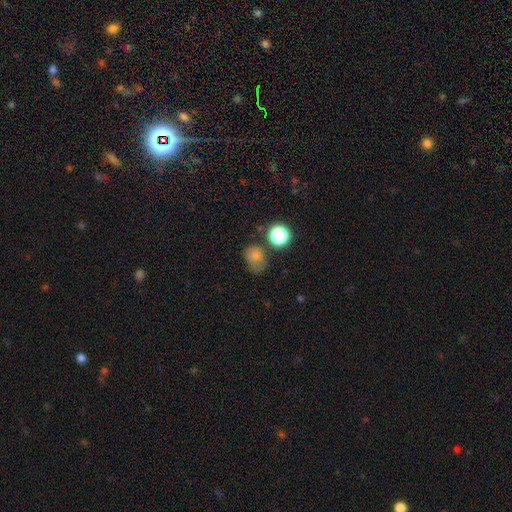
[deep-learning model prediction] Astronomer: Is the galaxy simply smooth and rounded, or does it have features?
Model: smooth — 71%.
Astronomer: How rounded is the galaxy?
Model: round — 50% (runner-up: in between, 49%).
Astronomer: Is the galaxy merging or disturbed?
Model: none — 47% (runner-up: minor disturbance, 28%).